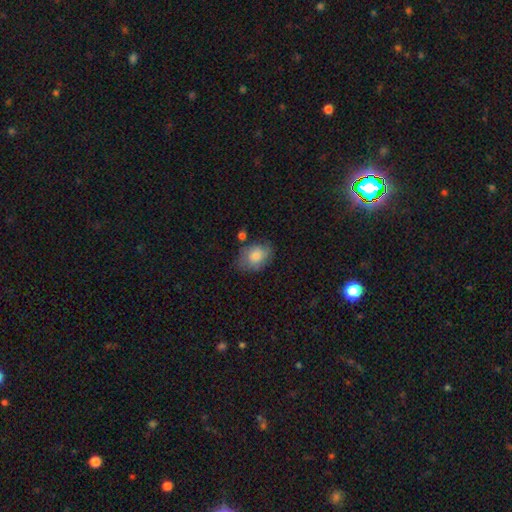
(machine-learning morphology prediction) smooth_or_featured: smooth (p=0.74) [alt: featured or disk p=0.18]
how_rounded: in between (p=0.74) [alt: round p=0.24]
merging: none (p=0.58) [alt: minor disturbance p=0.28]